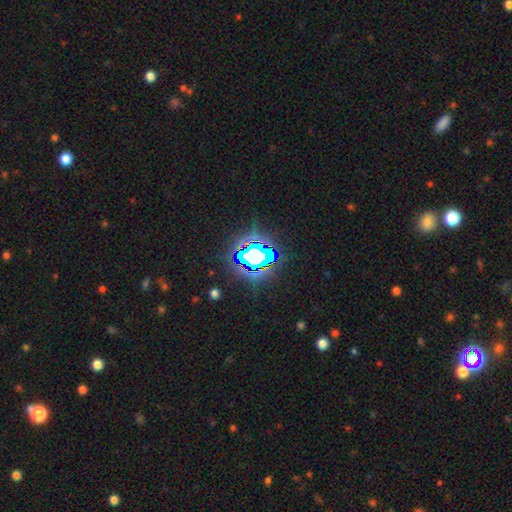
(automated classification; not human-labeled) This is likely a star or artifact rather than a galaxy (69%).